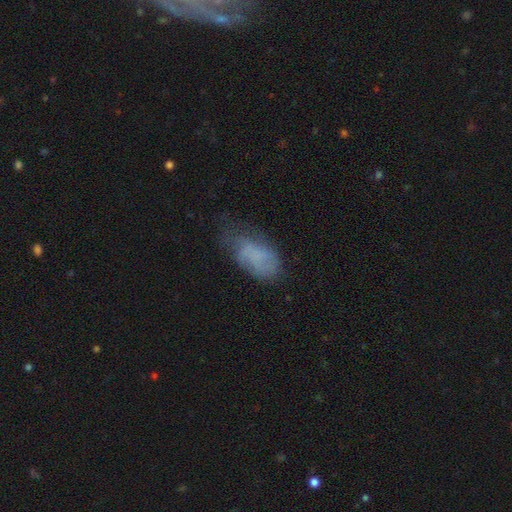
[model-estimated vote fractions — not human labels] Smooth or featured?
  - smooth: 61% *
  - featured or disk: 28%
  - star or artifact: 11%
How rounded?
  - in between: 91% *
  - round: 4%
  - cigar-shaped: 4%
Merging?
  - none: 40% *
  - minor disturbance: 35%
  - major disturbance: 22%
  - merger: 2%